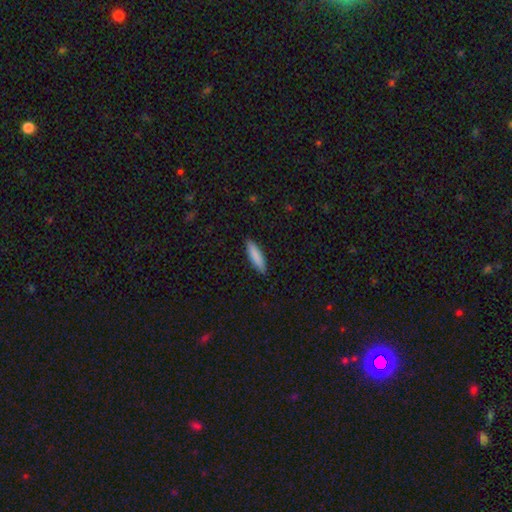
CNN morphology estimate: A smooth galaxy with no disk features (86%) that is cigar-shaped (66%). Merging: none (88%).